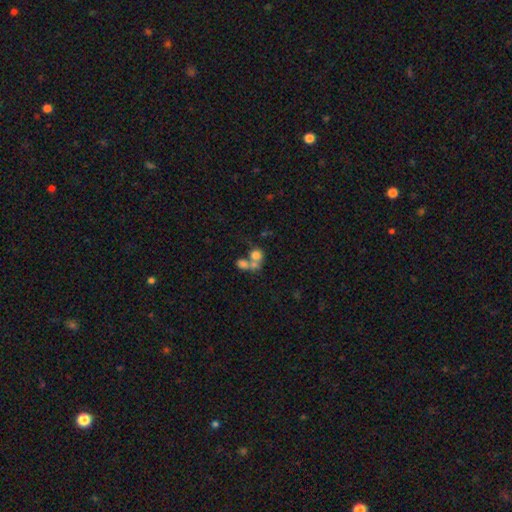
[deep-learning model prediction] A smooth galaxy with no disk features (69%) that is round (66%). Merging: merger (63%).